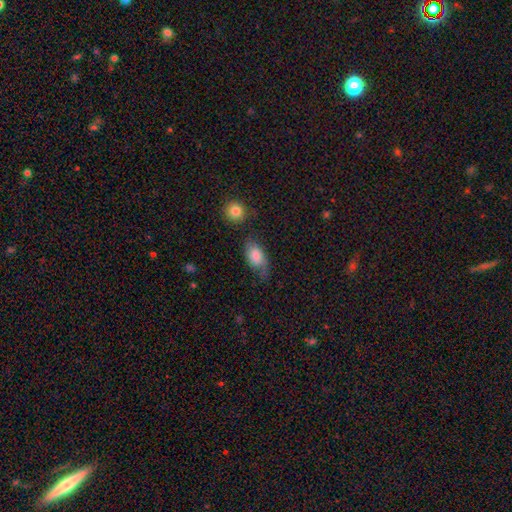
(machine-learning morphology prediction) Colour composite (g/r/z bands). It shows a smooth galaxy with no disk features (76%) that is in between round and cigar-shaped (90%). Merging: none (50%).